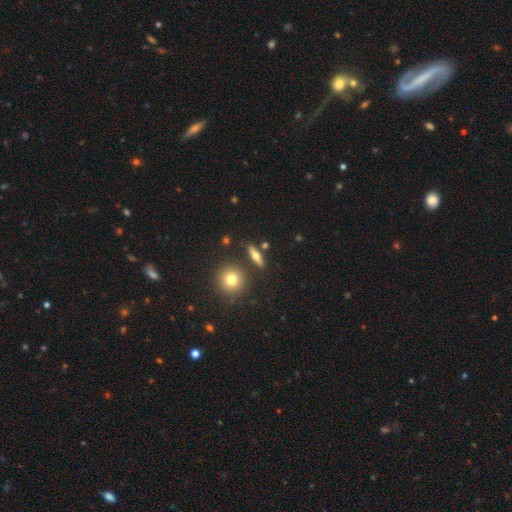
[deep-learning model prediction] Morphology: type=smooth (46%); merging=none (85%).